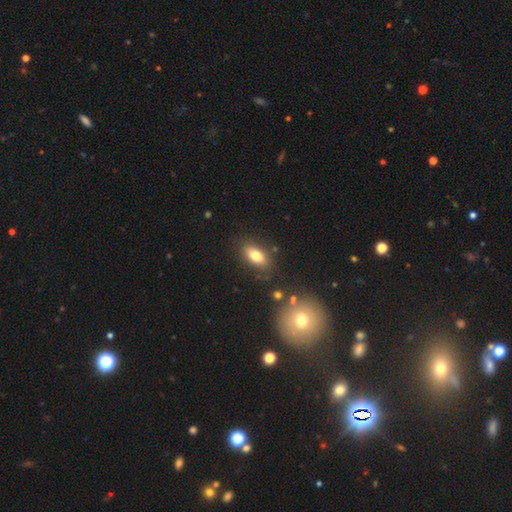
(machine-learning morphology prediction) Overall: smooth (77%). How rounded: in between (86%). Merging: none (83%).